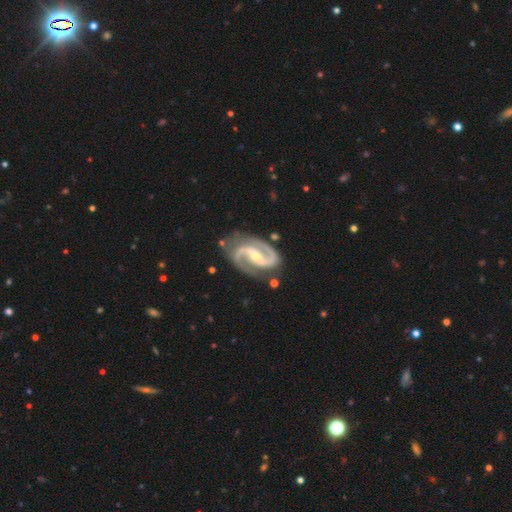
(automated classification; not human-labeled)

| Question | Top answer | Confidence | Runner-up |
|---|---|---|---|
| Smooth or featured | featured or disk | 94% | star or artifact (4%) |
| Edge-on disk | no | 98% | yes (2%) |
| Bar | strong | 50% | weak (32%) |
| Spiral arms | yes | 99% | no (1%) |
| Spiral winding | medium | 61% | tight (22%) |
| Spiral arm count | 2 | 94% | 3 (1%) |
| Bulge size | small | 62% | moderate (34%) |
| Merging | none | 78% | minor disturbance (15%) |